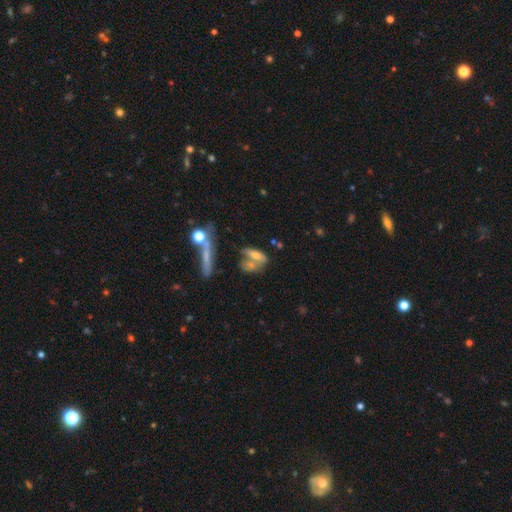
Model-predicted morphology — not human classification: A smooth galaxy with no disk features (53%) that is in between round and cigar-shaped (58%). Merging: merger (41%).